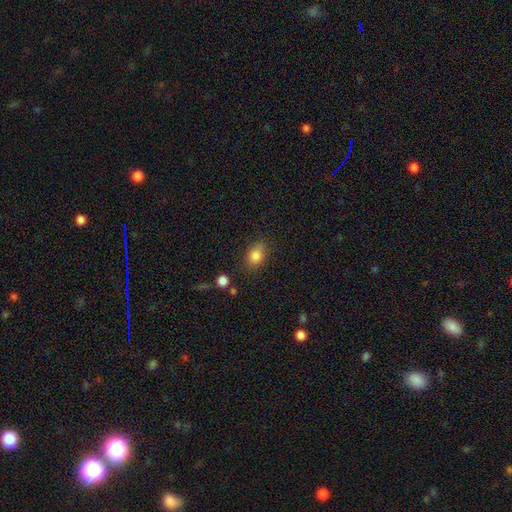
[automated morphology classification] A smooth galaxy with no disk features (84%) that is in between round and cigar-shaped (61%). Merging: none (75%).